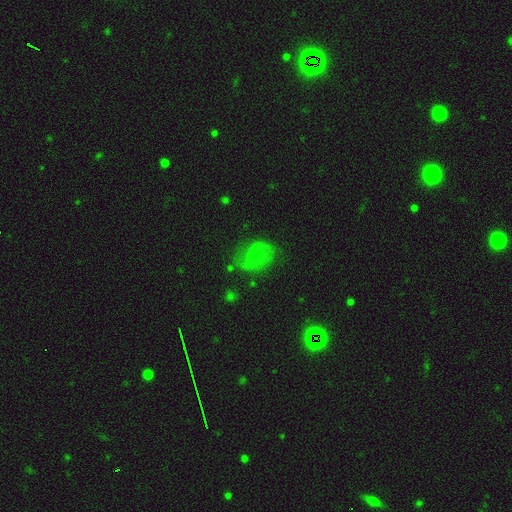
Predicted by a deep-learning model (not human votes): smooth_or_featured: featured or disk (p=0.48) [alt: smooth p=0.37]
merging: none (p=0.64) [alt: minor disturbance p=0.23]